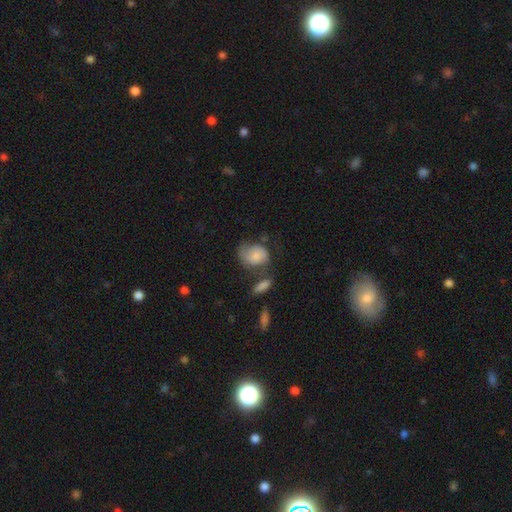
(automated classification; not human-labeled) smooth 64%, featured or disk 28%, star or artifact 7%. Down the decision tree: how rounded — in between (59%); merging — none (36%).